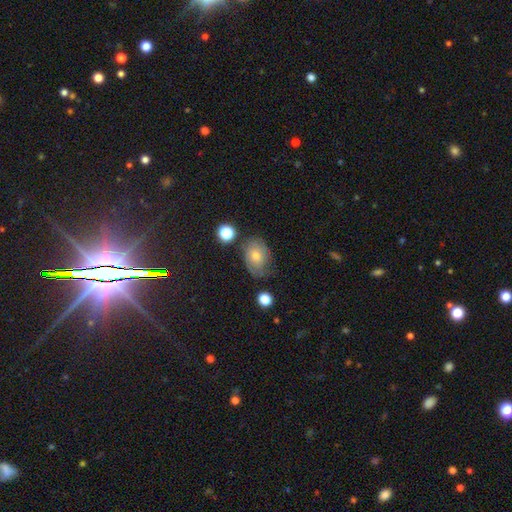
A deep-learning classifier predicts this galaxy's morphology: A smooth galaxy with no disk features (52%) that is in between round and cigar-shaped (66%).

Vote fractions:
- Smooth or featured? smooth: 52% / featured or disk: 35% / star or artifact: 12%
- How rounded? in between: 66% / round: 32% / cigar-shaped: 1%
- Merging? none: 55% / minor disturbance: 30% / major disturbance: 11% / merger: 3%